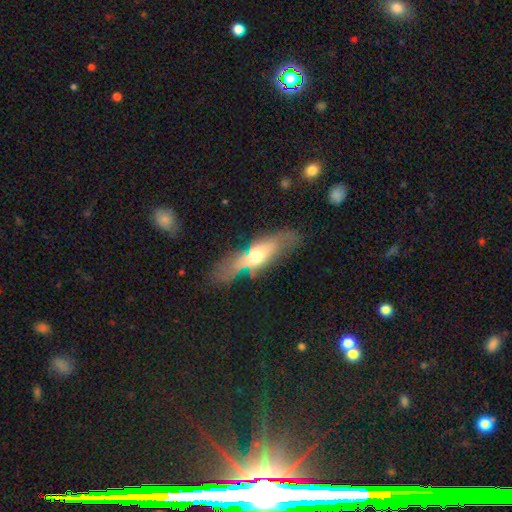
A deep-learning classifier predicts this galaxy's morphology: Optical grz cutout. It shows a featured or disk galaxy (49%). Merging: none (60%).